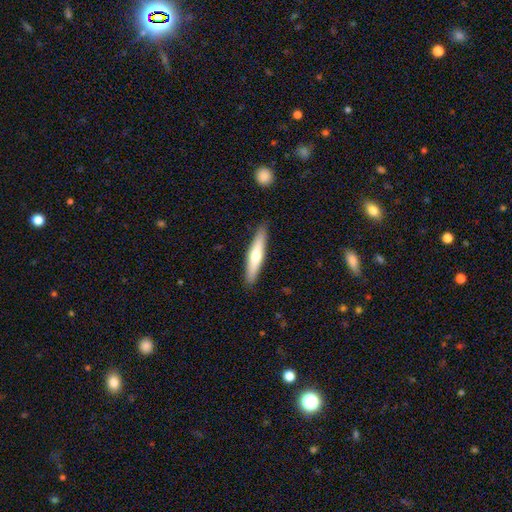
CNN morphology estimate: Smooth or featured?
  - smooth: 55% *
  - featured or disk: 40%
  - star or artifact: 5%
How rounded?
  - cigar-shaped: 86% *
  - in between: 12%
  - round: 1%
Merging?
  - none: 89% *
  - minor disturbance: 8%
  - major disturbance: 2%
  - merger: 1%